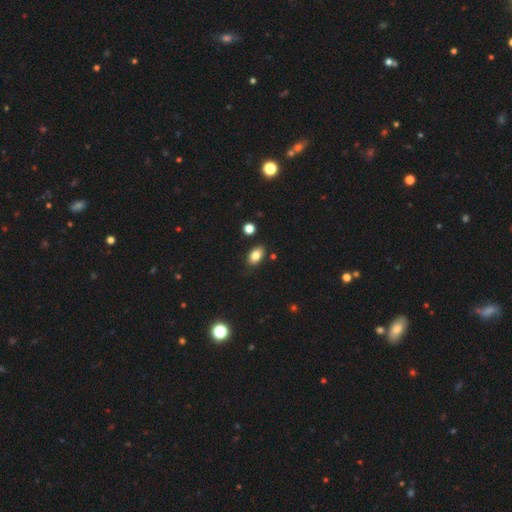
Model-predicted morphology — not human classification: This appears to be a smooth galaxy with no disk features (83%) that is in between round and cigar-shaped (89%). Merging: none (83%).